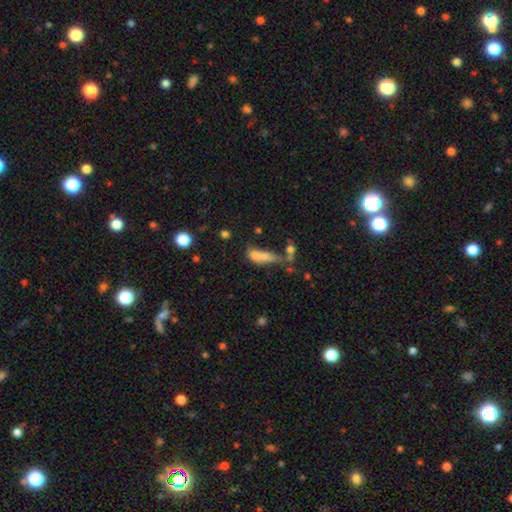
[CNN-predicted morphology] smooth 63%, featured or disk 24%, star or artifact 14%. Down the decision tree: how rounded — in between (59%); merging — merger (54%).